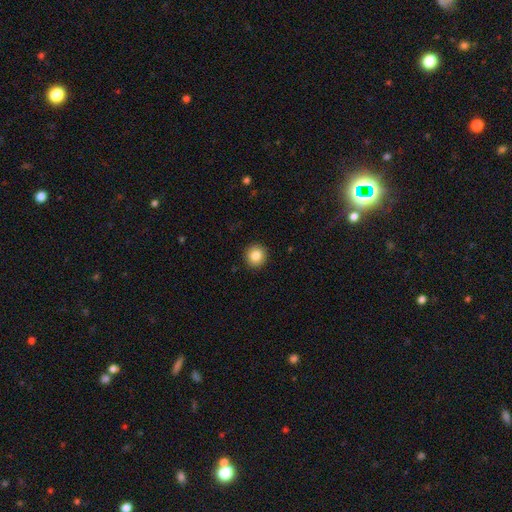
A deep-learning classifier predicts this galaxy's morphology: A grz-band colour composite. It shows a smooth galaxy with no disk features (84%) that is round (94%). Merging: none (93%).